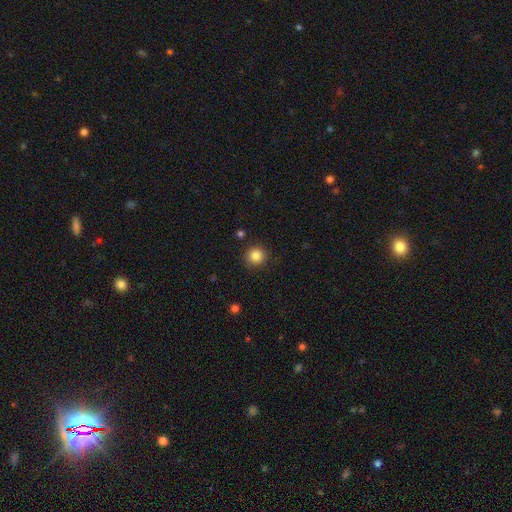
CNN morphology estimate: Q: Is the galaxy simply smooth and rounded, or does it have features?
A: smooth — 85%.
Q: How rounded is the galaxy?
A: round — 93%.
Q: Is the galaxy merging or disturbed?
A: none — 90%.